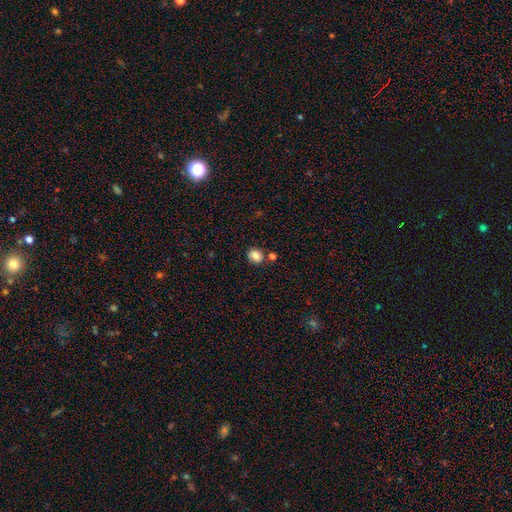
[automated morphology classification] smooth 84%, star or artifact 10%, featured or disk 6%. Down the decision tree: how rounded — round (50%); merging — none (73%).